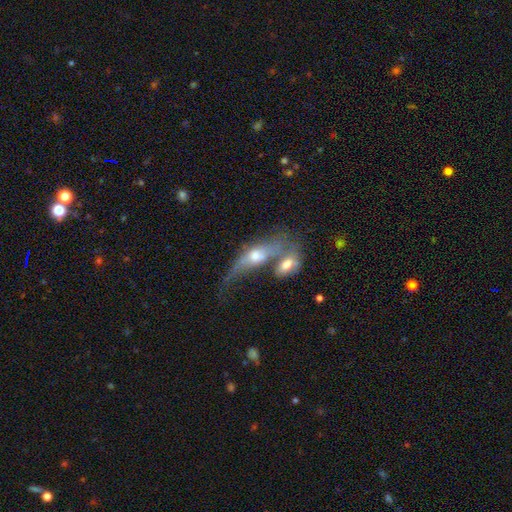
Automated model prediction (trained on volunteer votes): Smooth or featured?
  - featured or disk: 48% *
  - smooth: 43%
  - star or artifact: 9%
Merging?
  - merger: 52% *
  - none: 21%
  - major disturbance: 15%
  - minor disturbance: 12%